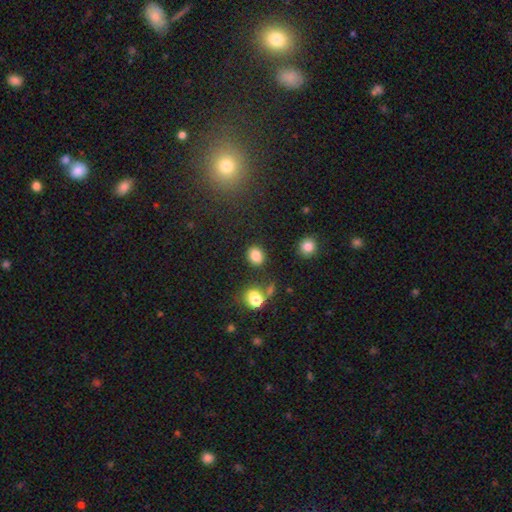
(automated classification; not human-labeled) Overall: smooth (83%). How rounded: round (52%; in between 47%). Merging: none (82%).